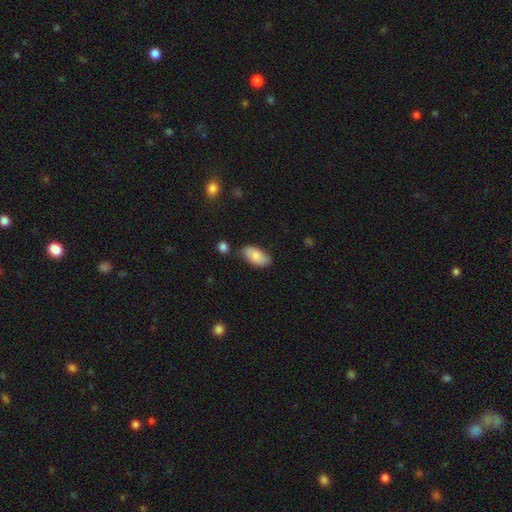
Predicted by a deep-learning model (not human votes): A smooth galaxy with no disk features (84%) that is in between round and cigar-shaped (94%). Merging: none (73%).